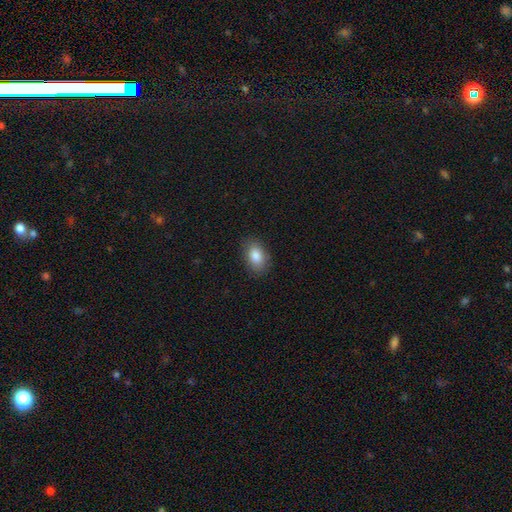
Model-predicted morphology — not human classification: Smooth or featured?
  - smooth: 86% *
  - star or artifact: 7%
  - featured or disk: 7%
How rounded?
  - in between: 89% *
  - round: 10%
  - cigar-shaped: 2%
Merging?
  - none: 87% *
  - minor disturbance: 10%
  - major disturbance: 3%
  - merger: 1%